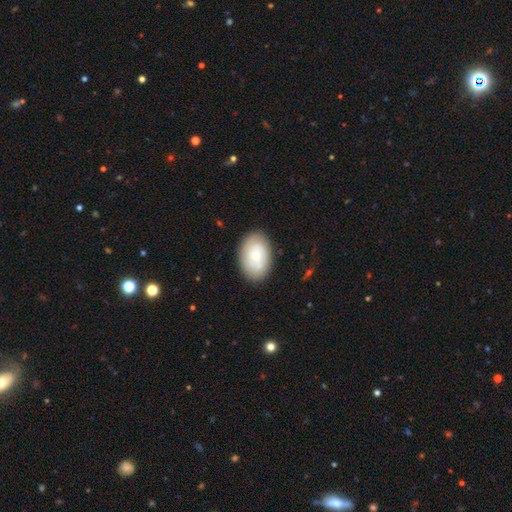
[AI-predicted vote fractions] Smooth or featured: smooth — 55% (featured or disk — 38%)
How rounded: in between — 84% (round — 15%)
Merging: none — 81% (minor disturbance — 13%)